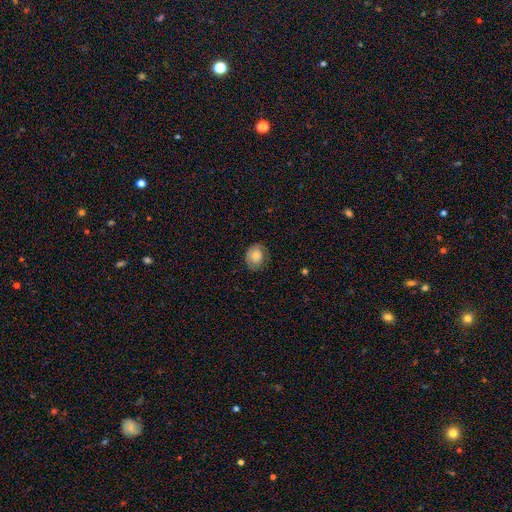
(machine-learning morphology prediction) Smooth or featured? smooth (74%)
How rounded? round (53%)
Merging? none (70%)